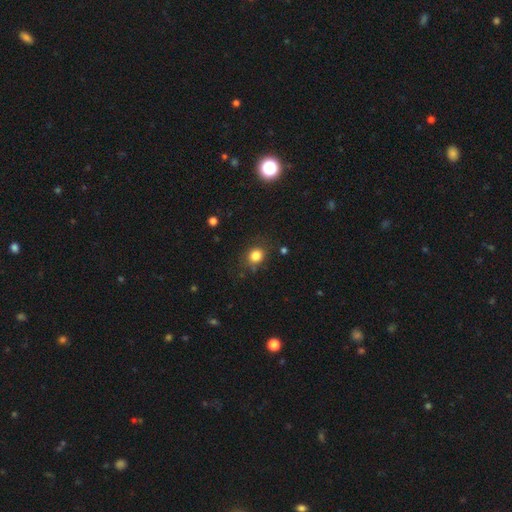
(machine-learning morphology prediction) The model was most divided on "how rounded": round: 70%, in between: 29%, cigar-shaped: 1%. More confident: smooth or featured — smooth (82%); merging — none (77%).